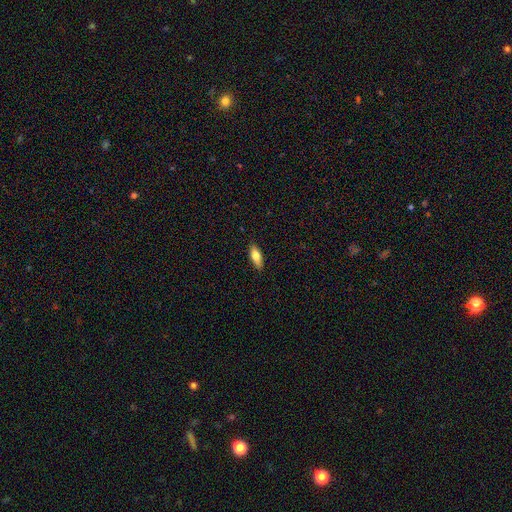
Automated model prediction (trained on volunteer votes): Overall: smooth (70%). How rounded: in between (66%; cigar-shaped 32%). Merging: none (88%).